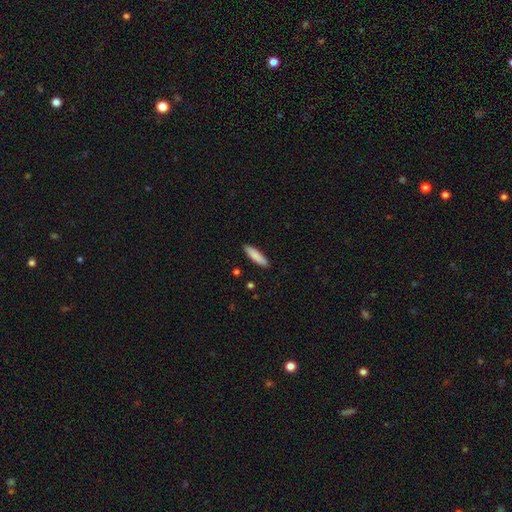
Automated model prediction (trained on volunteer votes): The model was most divided on "how rounded": cigar-shaped: 74%, in between: 24%, round: 1%. More confident: merging — none (89%); smooth or featured — smooth (86%).